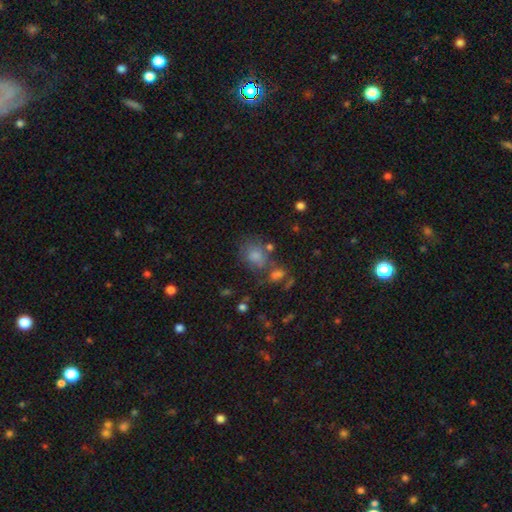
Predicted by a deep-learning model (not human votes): Smooth or featured: smooth — 62% (star or artifact — 24%)
How rounded: round — 51% (in between — 47%)
Merging: none — 57% (merger — 18%)